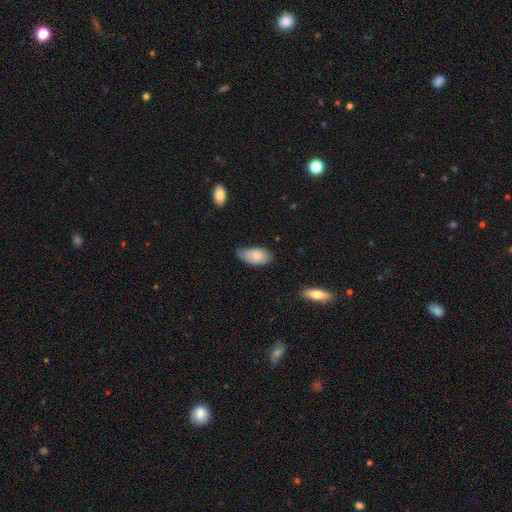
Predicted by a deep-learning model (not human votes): smooth_or_featured: smooth (p=0.78) [alt: featured or disk p=0.15]
how_rounded: in between (p=0.94) [alt: round p=0.03]
merging: none (p=0.49) [alt: minor disturbance p=0.41]